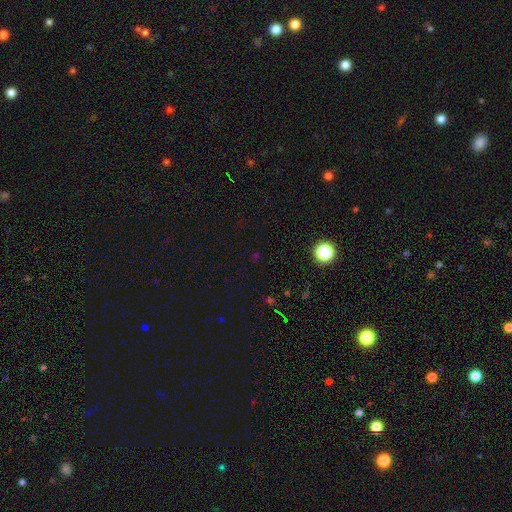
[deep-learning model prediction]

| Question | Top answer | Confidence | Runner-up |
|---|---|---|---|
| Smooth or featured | star or artifact | 65% | smooth (27%) |